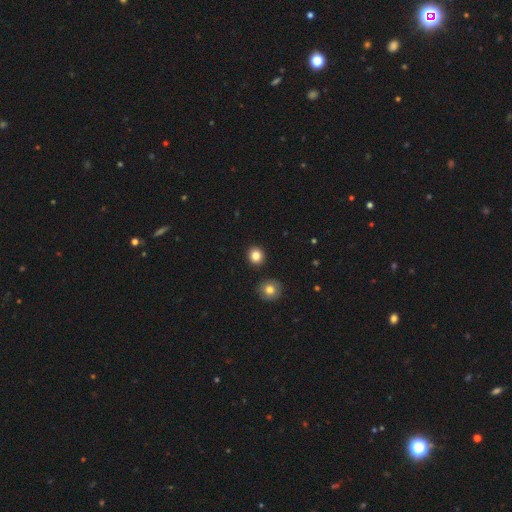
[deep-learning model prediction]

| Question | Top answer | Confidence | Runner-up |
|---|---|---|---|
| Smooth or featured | smooth | 84% | star or artifact (11%) |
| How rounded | round | 88% | in between (11%) |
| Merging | none | 91% | minor disturbance (5%) |